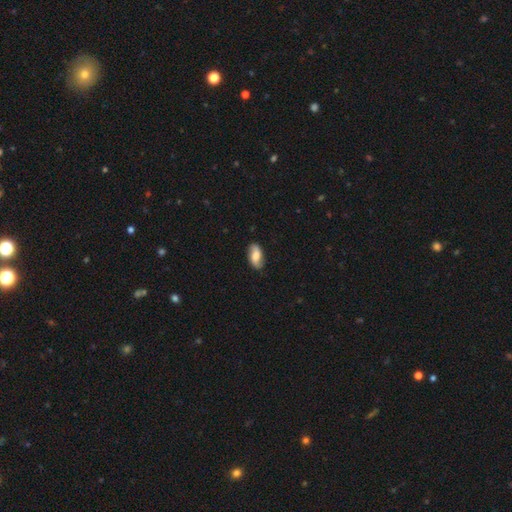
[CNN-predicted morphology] A smooth galaxy with no disk features (59%) that is in between round and cigar-shaped (91%). Merging: none (83%).